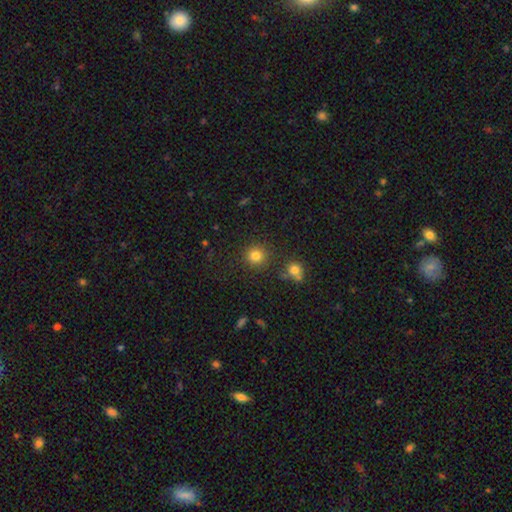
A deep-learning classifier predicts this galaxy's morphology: type=smooth (81%); roundness=round (92%); merging=none (86%).